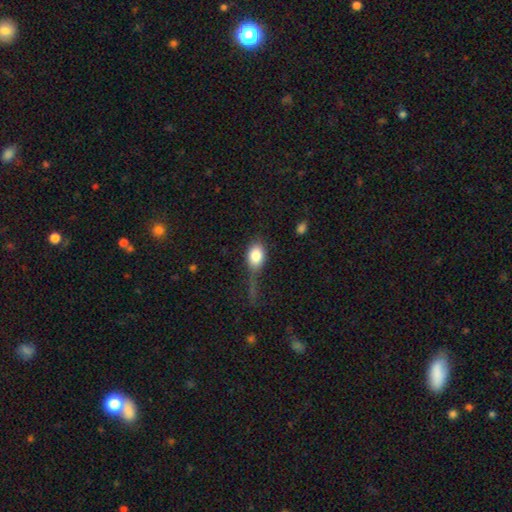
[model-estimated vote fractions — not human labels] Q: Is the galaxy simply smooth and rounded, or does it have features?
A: smooth — 82%.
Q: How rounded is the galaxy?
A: in between — 82%.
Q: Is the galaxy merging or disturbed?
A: none — 42%.